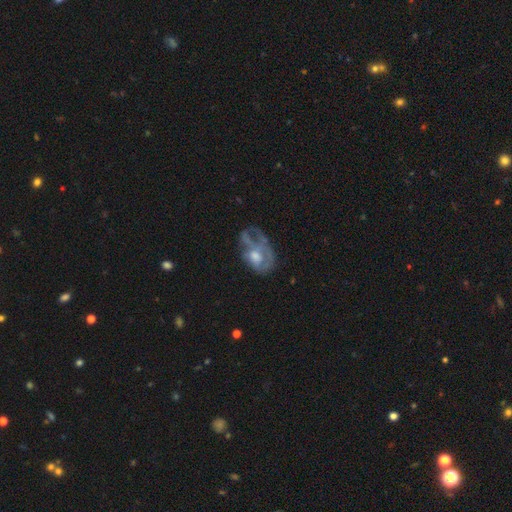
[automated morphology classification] Q: Smooth or featured?
A: featured or disk (59%); runner-up: smooth (30%)
Q: Edge-on disk?
A: no (96%); runner-up: yes (4%)
Q: Bar?
A: no (82%); runner-up: weak (15%)
Q: Spiral arms?
A: no (64%); runner-up: yes (36%)
Q: Bulge size?
A: moderate (57%); runner-up: small (20%)
Q: Merging?
A: major disturbance (38%); runner-up: none (33%)